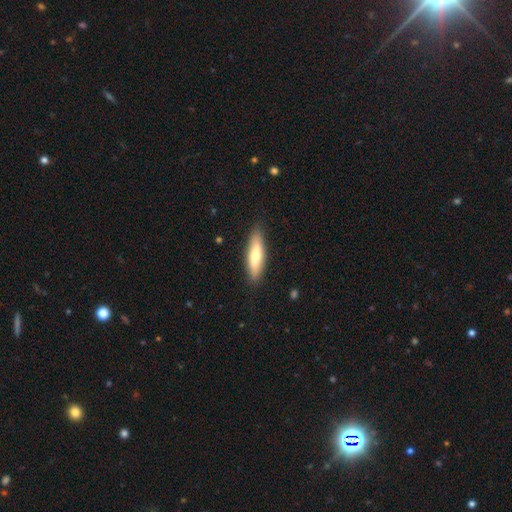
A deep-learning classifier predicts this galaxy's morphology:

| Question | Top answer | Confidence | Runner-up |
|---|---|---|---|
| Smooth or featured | smooth | 64% | featured or disk (30%) |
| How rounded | cigar-shaped | 61% | in between (37%) |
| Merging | none | 86% | minor disturbance (10%) |